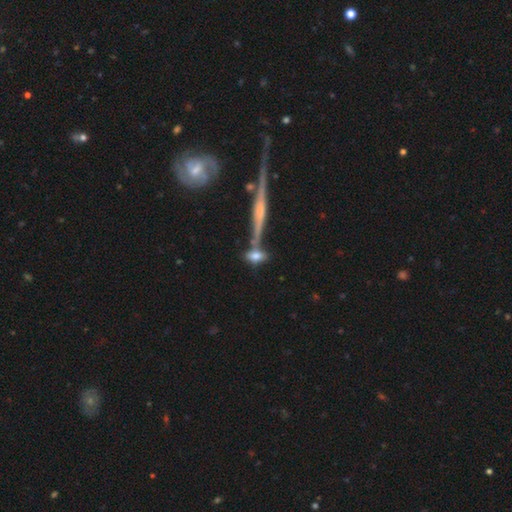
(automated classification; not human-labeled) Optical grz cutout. It shows a smooth galaxy with no disk features (67%) that is in between round and cigar-shaped (63%). Merging: none (54%).